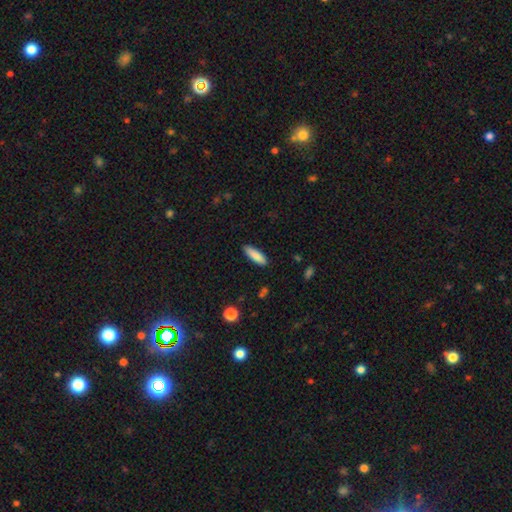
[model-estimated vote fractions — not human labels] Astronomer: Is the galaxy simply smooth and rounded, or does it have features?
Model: smooth — 87%.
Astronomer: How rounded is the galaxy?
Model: cigar-shaped — 58% (runner-up: in between, 40%).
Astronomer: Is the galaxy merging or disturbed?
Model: none — 88%.